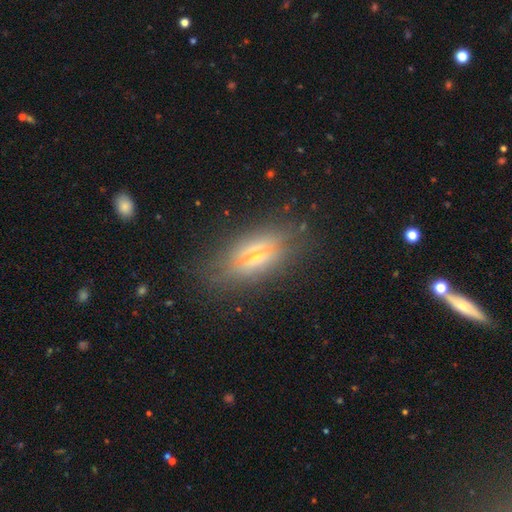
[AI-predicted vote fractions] Smooth or featured?
  - featured or disk: 46% *
  - smooth: 42%
  - star or artifact: 12%
Merging?
  - none: 74% *
  - minor disturbance: 18%
  - major disturbance: 7%
  - merger: 2%